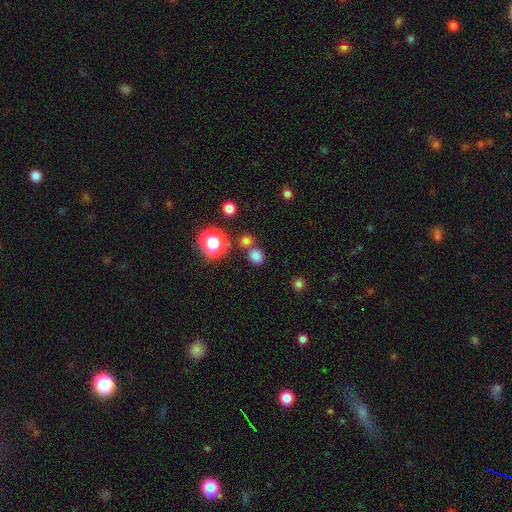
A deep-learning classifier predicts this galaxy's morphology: smooth_or_featured: smooth (p=0.75) [alt: star or artifact p=0.19]
how_rounded: round (p=0.80) [alt: in between p=0.19]
merging: none (p=0.70) [alt: merger p=0.18]